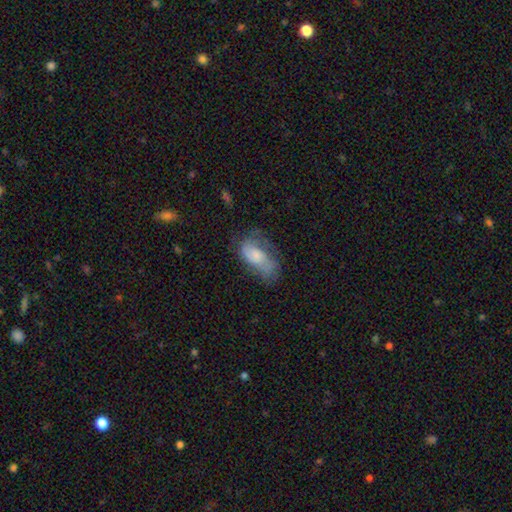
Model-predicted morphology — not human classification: Smooth or featured? Predicted: smooth (p=0.52). How rounded? Predicted: in between (p=0.90). Merging? Predicted: none (p=0.39).